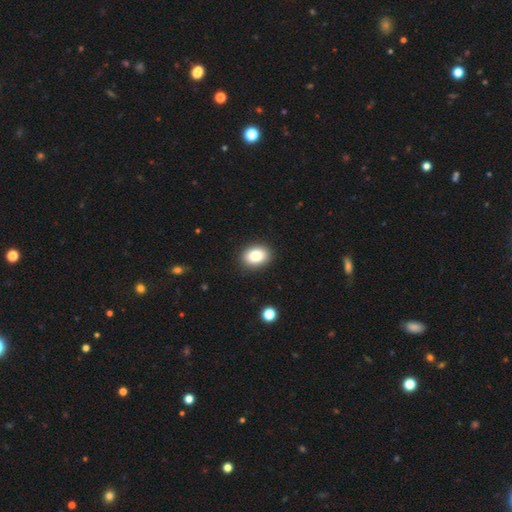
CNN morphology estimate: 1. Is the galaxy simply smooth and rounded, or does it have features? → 84% smooth, 9% star or artifact, 7% featured or disk.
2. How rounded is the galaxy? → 72% in between, 27% round, 1% cigar-shaped.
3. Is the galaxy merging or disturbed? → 90% none, 7% minor disturbance, 2% major disturbance, 1% merger.